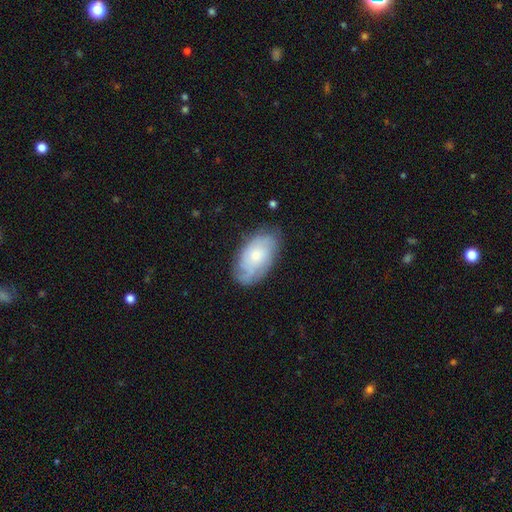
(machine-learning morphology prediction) smooth_or_featured: featured or disk (p=0.55) [alt: smooth p=0.39]
disk_edge_on: no (p=0.94) [alt: yes p=0.06]
bar: no (p=0.79) [alt: weak p=0.18]
has_spiral_arms: yes (p=0.84) [alt: no p=0.16]
bulge_size: small (p=0.53) [alt: moderate p=0.40]
merging: none (p=0.75) [alt: minor disturbance p=0.19]